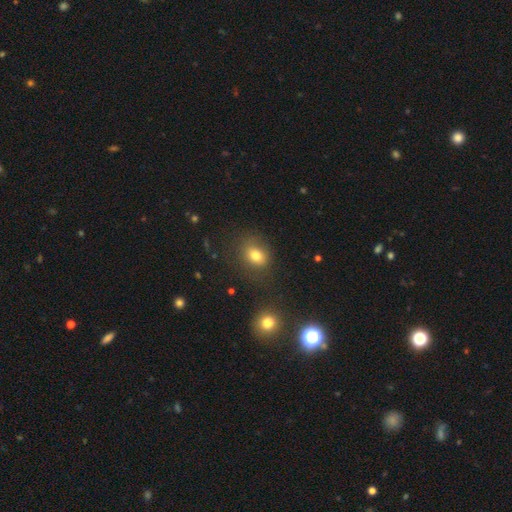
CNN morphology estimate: A smooth galaxy with no disk features (79%) that is in between round and cigar-shaped (56%).

Vote fractions:
- Smooth or featured? smooth: 79% / star or artifact: 12% / featured or disk: 9%
- How rounded? in between: 56% / round: 43% / cigar-shaped: 1%
- Merging? none: 73% / minor disturbance: 16% / major disturbance: 7% / merger: 4%